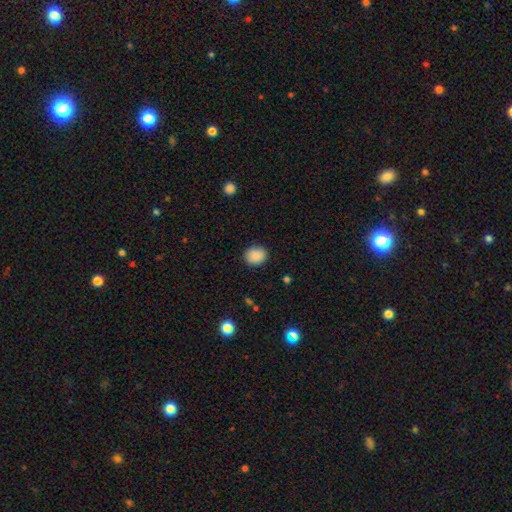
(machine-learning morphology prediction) type=smooth (89%); roundness=round (74%); merging=none (89%).